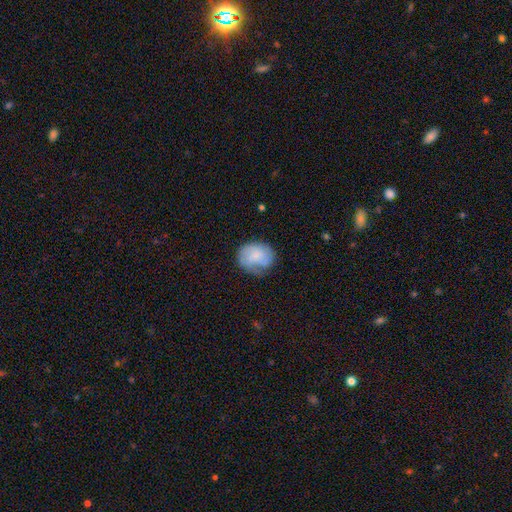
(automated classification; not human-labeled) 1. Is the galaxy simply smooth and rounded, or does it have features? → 64% smooth, 29% featured or disk, 7% star or artifact.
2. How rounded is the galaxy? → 60% round, 39% in between, 1% cigar-shaped.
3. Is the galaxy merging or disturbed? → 55% none, 31% minor disturbance, 13% major disturbance, 2% merger.